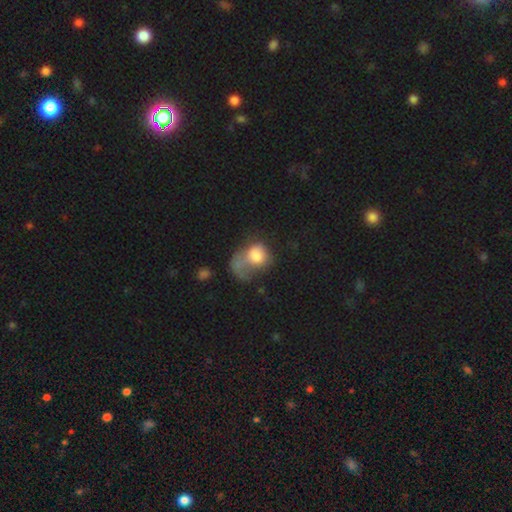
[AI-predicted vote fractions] A smooth galaxy with no disk features (65%) that is in between round and cigar-shaped (54%).

Vote fractions:
- Smooth or featured? smooth: 65% / featured or disk: 26% / star or artifact: 9%
- How rounded? in between: 54% / round: 45% / cigar-shaped: 1%
- Merging? major disturbance: 57% / merger: 16% / none: 14% / minor disturbance: 13%